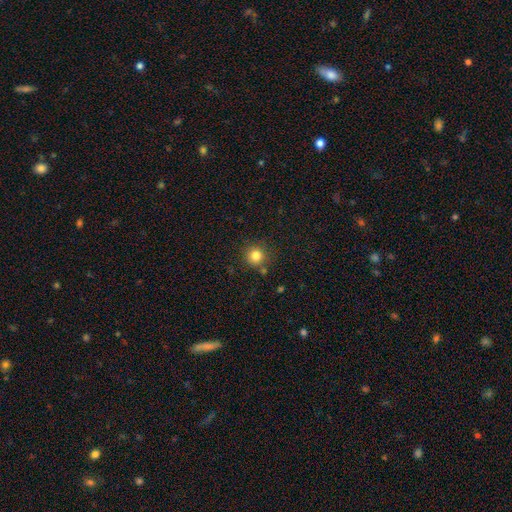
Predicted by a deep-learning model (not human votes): A smooth galaxy with no disk features (81%) that is round (94%). Merging: none (83%).